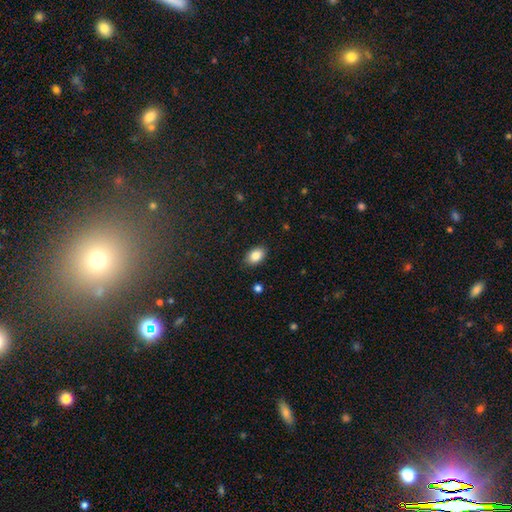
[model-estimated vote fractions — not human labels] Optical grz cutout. It shows a smooth galaxy with no disk features (85%) that is in between round and cigar-shaped (88%). Merging: none (87%).